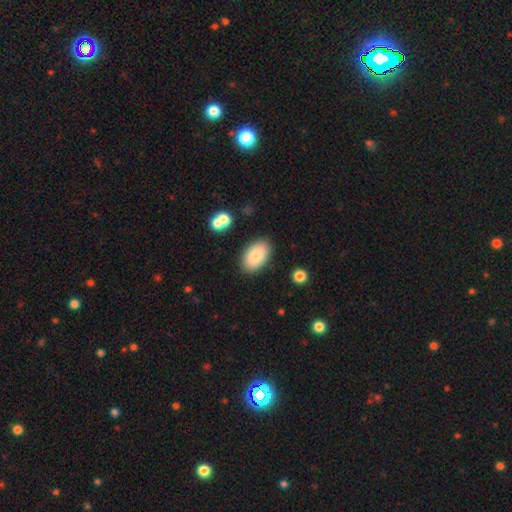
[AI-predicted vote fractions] Smooth or featured: smooth — 84% (featured or disk — 9%)
How rounded: in between — 94% (round — 5%)
Merging: none — 86% (minor disturbance — 10%)